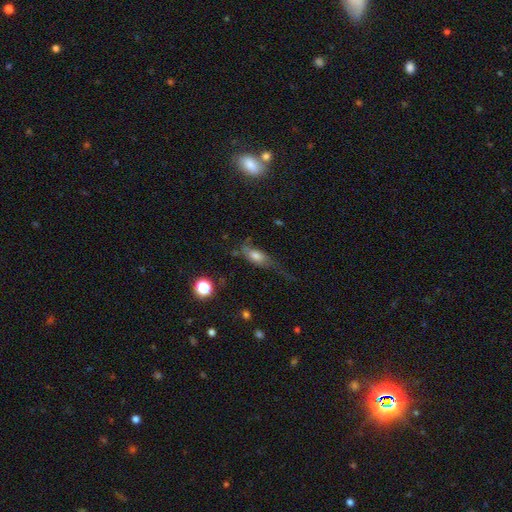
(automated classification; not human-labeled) A smooth galaxy with no disk features (60%) that is in between round and cigar-shaped (75%).

Vote fractions:
- Smooth or featured? smooth: 60% / featured or disk: 28% / star or artifact: 12%
- How rounded? in between: 75% / cigar-shaped: 18% / round: 6%
- Merging? none: 35% / major disturbance: 34% / minor disturbance: 25% / merger: 5%